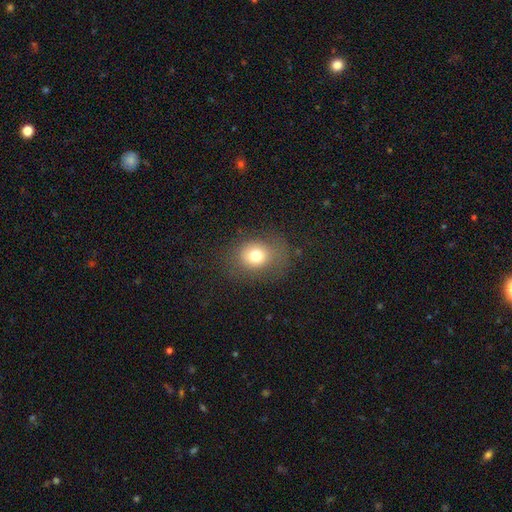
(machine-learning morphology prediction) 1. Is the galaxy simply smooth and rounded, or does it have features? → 75% smooth, 13% featured or disk, 13% star or artifact.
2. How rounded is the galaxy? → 61% round, 38% in between, 1% cigar-shaped.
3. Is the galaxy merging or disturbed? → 68% none, 18% minor disturbance, 12% major disturbance, 1% merger.